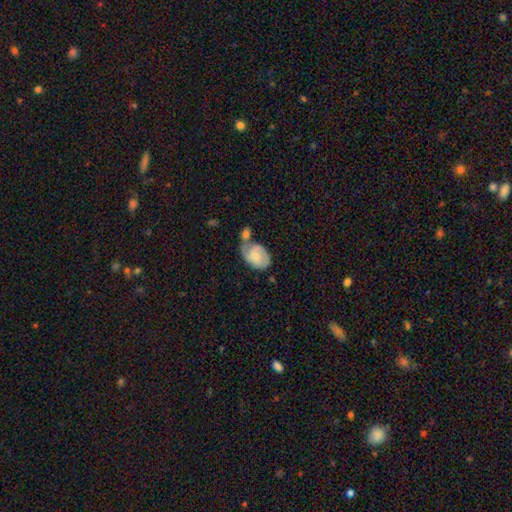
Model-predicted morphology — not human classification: Smooth or featured: smooth — 49% (featured or disk — 44%)
Merging: merger — 37% (none — 26%)